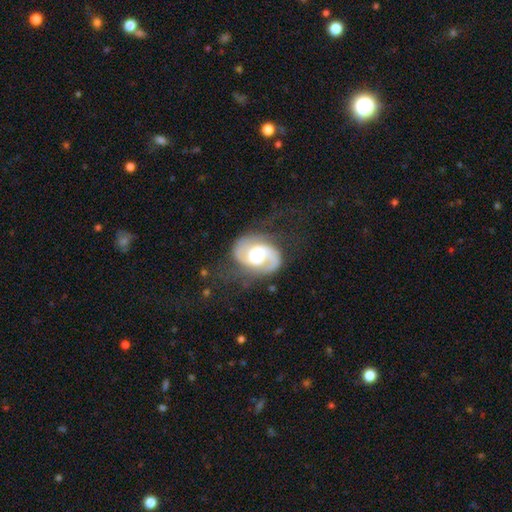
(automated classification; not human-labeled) Q: Smooth or featured?
A: featured or disk (88%); runner-up: smooth (8%)
Q: Edge-on disk?
A: no (98%); runner-up: yes (2%)
Q: Bar?
A: no (47%); runner-up: weak (40%)
Q: Spiral arms?
A: yes (96%); runner-up: no (4%)
Q: Spiral winding?
A: medium (53%); runner-up: tight (26%)
Q: Spiral arm count?
A: 2 (91%); runner-up: 1 (3%)
Q: Bulge size?
A: moderate (65%); runner-up: large (22%)
Q: Merging?
A: none (68%); runner-up: minor disturbance (19%)